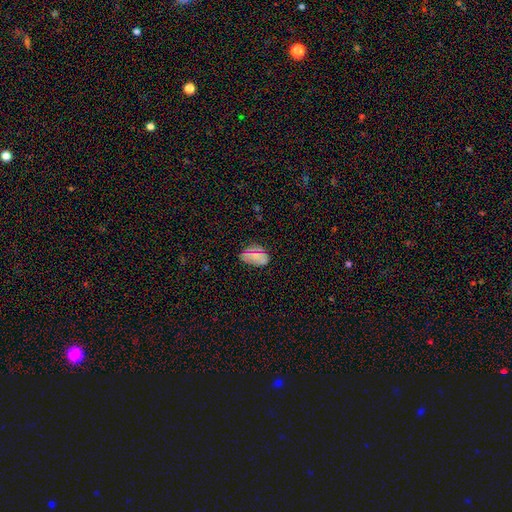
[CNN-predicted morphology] smooth 68%, star or artifact 22%, featured or disk 10%. Down the decision tree: how rounded — in between (89%); merging — none (77%).